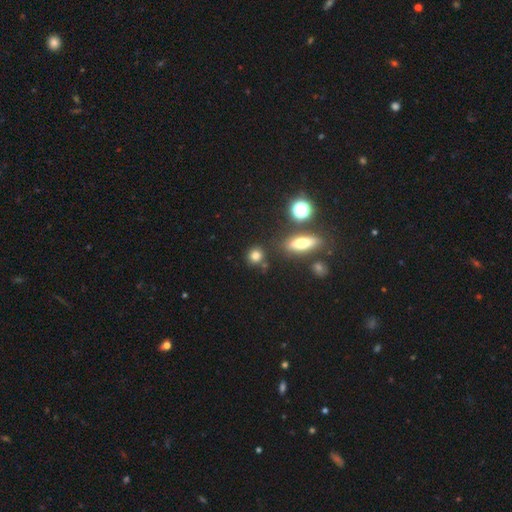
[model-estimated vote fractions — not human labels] Q: Smooth or featured?
A: smooth (77%); runner-up: star or artifact (15%)
Q: How rounded?
A: round (82%); runner-up: in between (15%)
Q: Merging?
A: none (78%); runner-up: minor disturbance (10%)